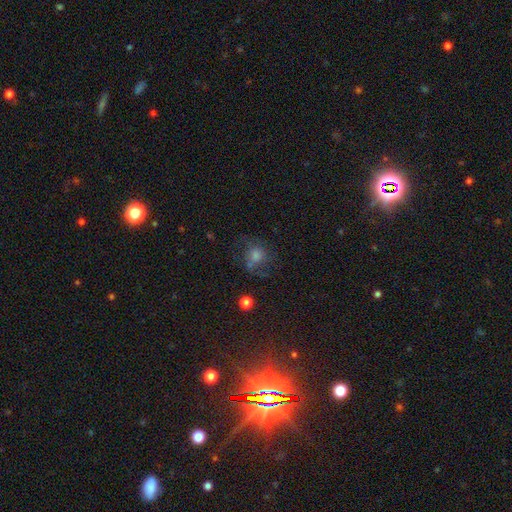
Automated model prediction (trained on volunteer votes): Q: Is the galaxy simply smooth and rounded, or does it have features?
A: smooth — 42%.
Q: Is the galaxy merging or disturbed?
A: none — 57%.